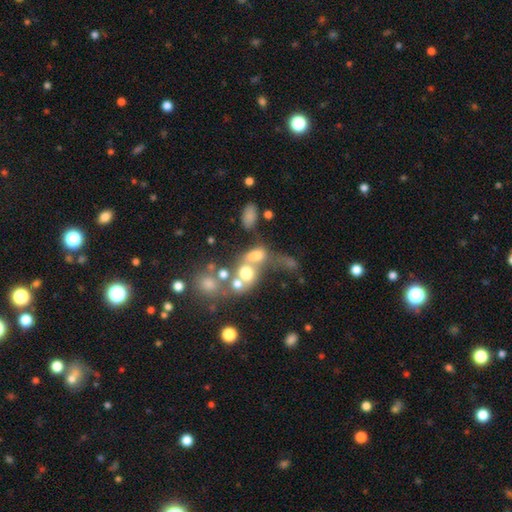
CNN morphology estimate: smooth_or_featured: smooth (p=0.61) [alt: featured or disk p=0.22]
how_rounded: in between (p=0.57) [alt: round p=0.39]
merging: merger (p=0.59) [alt: none p=0.19]